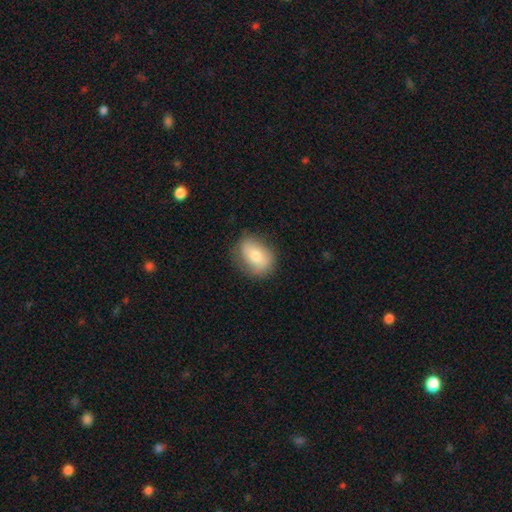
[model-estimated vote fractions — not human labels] This appears to be a smooth galaxy with no disk features (72%) that is in between round and cigar-shaped (74%). Merging: none (76%).